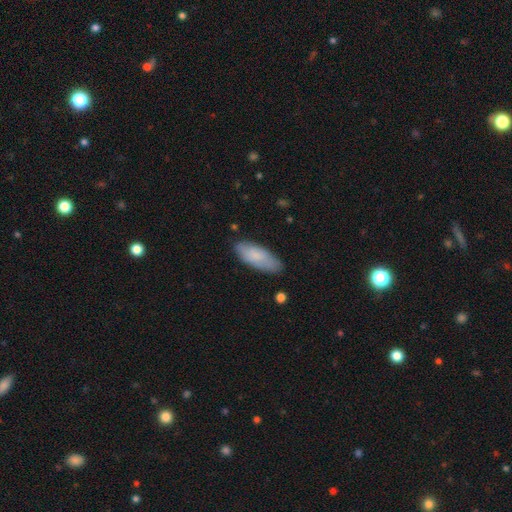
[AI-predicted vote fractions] smooth 80%, featured or disk 14%, star or artifact 6%. Down the decision tree: how rounded — in between (77%); merging — none (78%).